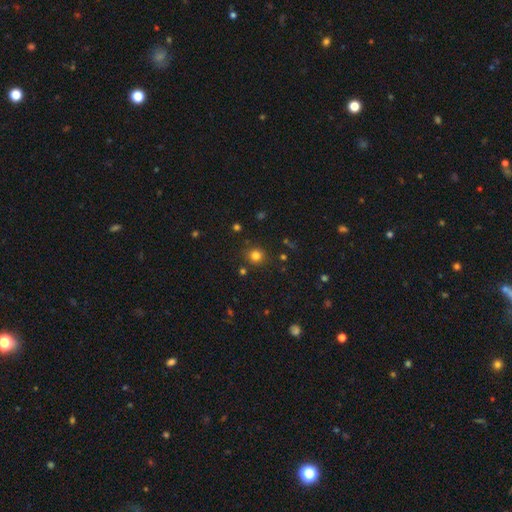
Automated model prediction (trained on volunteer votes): Overall: smooth (80%). How rounded: round (92%). Merging: none (87%).